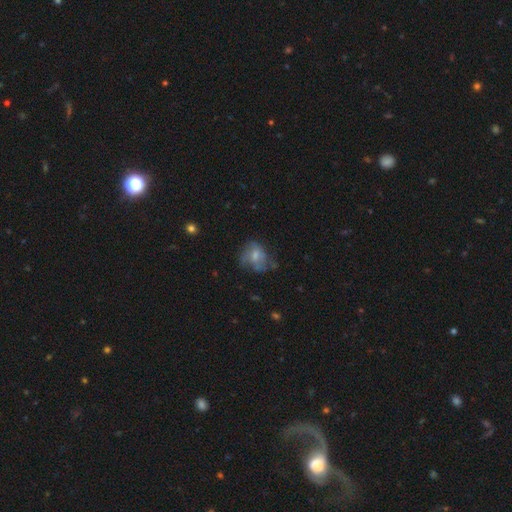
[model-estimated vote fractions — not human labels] smooth-or-featured: smooth: 53% | featured or disk: 37% | star or artifact: 10%
  how-rounded: in between: 50% | round: 49% | cigar-shaped: 1%
  merging: none: 42% | minor disturbance: 29% | major disturbance: 25% | merger: 4%